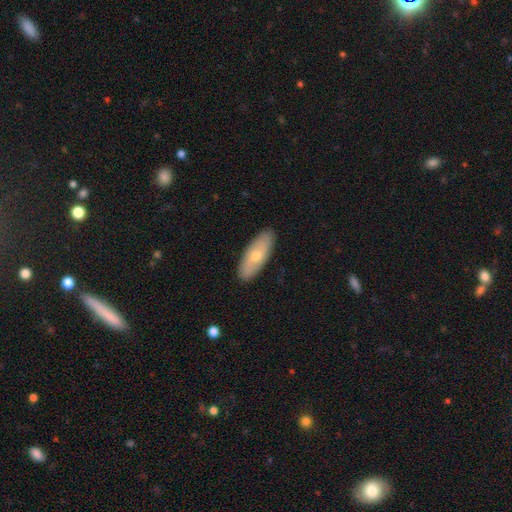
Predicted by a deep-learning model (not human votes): Q: Smooth or featured?
A: smooth (58%); runner-up: featured or disk (36%)
Q: How rounded?
A: in between (70%); runner-up: cigar-shaped (27%)
Q: Merging?
A: none (89%); runner-up: minor disturbance (8%)